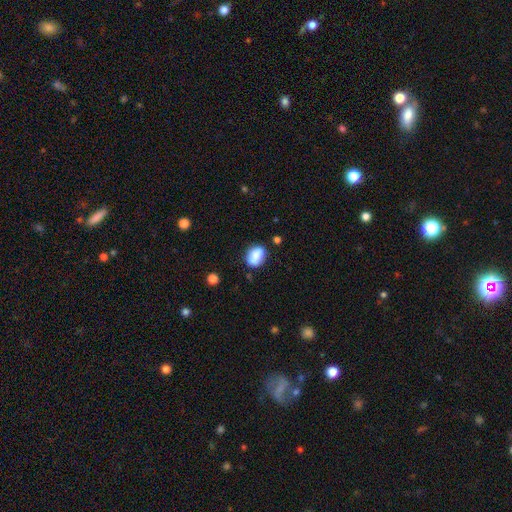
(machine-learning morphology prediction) The model was most divided on "how rounded": in between: 71%, round: 27%, cigar-shaped: 2%. More confident: smooth or featured — smooth (82%); merging — none (72%).